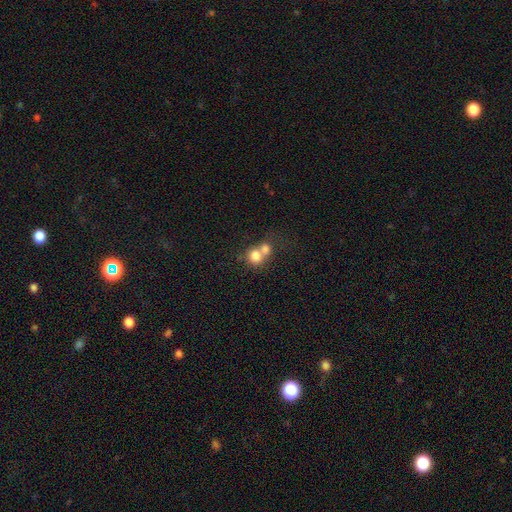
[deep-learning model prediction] A smooth galaxy with no disk features (76%) that is round (78%). Merging: merger (64%).